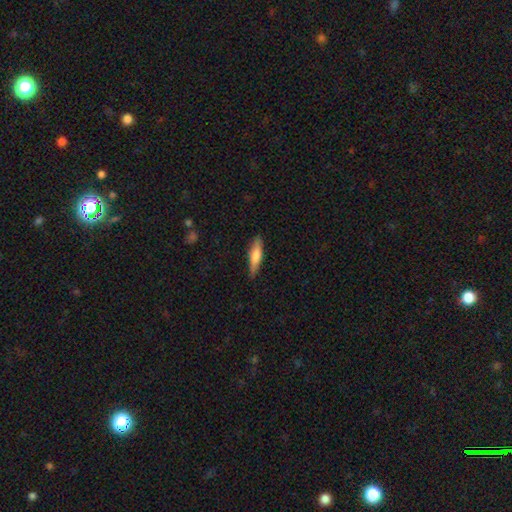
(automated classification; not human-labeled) smooth 72%, featured or disk 22%, star or artifact 6%. Down the decision tree: how rounded — cigar-shaped (75%); merging — none (82%).